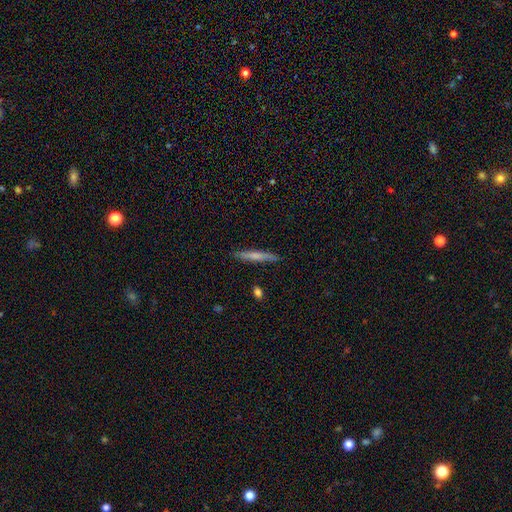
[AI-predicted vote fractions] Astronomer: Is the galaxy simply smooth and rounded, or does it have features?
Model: smooth — 58% (runner-up: featured or disk, 36%).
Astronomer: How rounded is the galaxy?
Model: cigar-shaped — 94%.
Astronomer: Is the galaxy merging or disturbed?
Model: none — 88%.